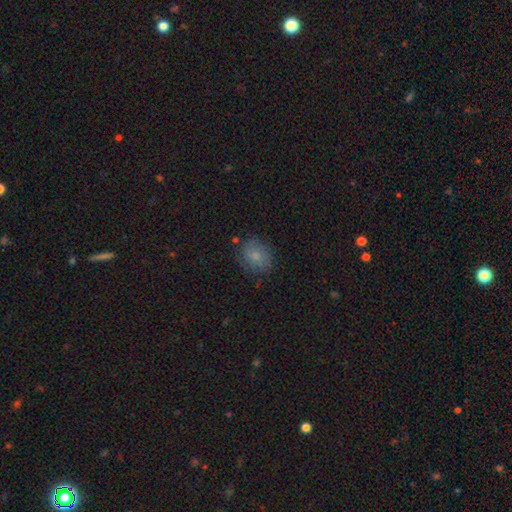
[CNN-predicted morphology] Smooth or featured: smooth — 76% (featured or disk — 14%)
How rounded: round — 63% (in between — 35%)
Merging: none — 79% (minor disturbance — 15%)